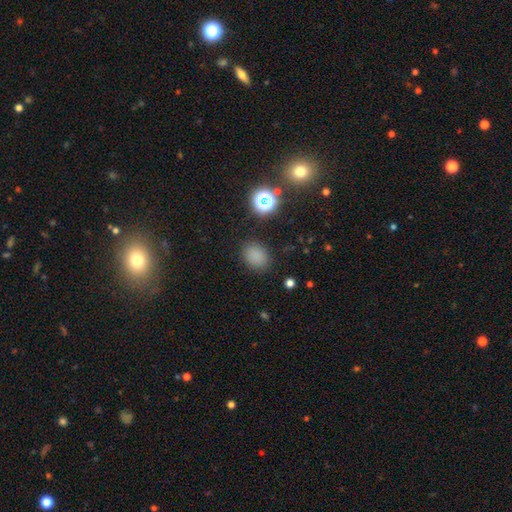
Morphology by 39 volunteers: Smooth or featured? smooth (85%)
How rounded? in between (82%)
Merging? none (84%)